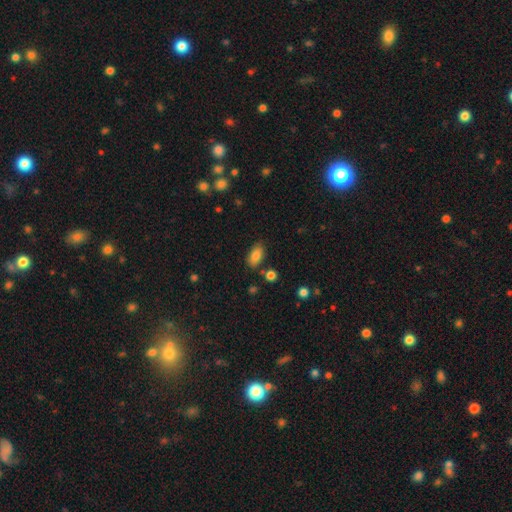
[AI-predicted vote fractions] This is clearly a smooth galaxy (84%). How rounded: clearly in between (91%). Merging: clearly none (80%).